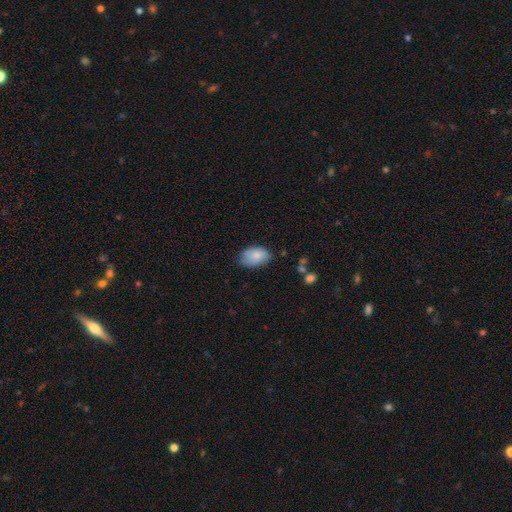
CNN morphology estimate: The model was most divided on "merging": none: 67%, minor disturbance: 26%, major disturbance: 5%, merger: 2%. More confident: how rounded — in between (87%); smooth or featured — smooth (84%).